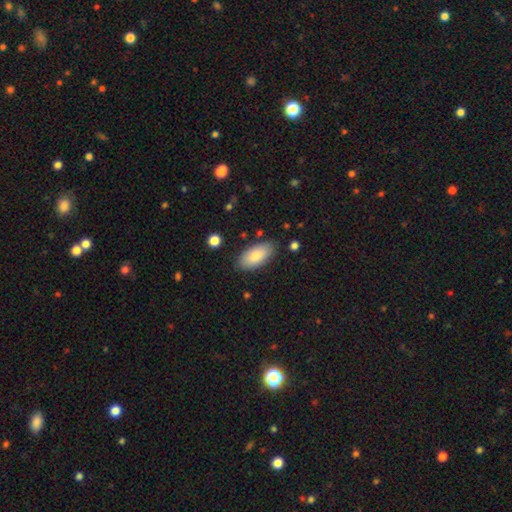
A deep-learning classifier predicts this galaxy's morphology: smooth 80%, featured or disk 13%, star or artifact 6%. Down the decision tree: how rounded — in between (93%); merging — none (84%).